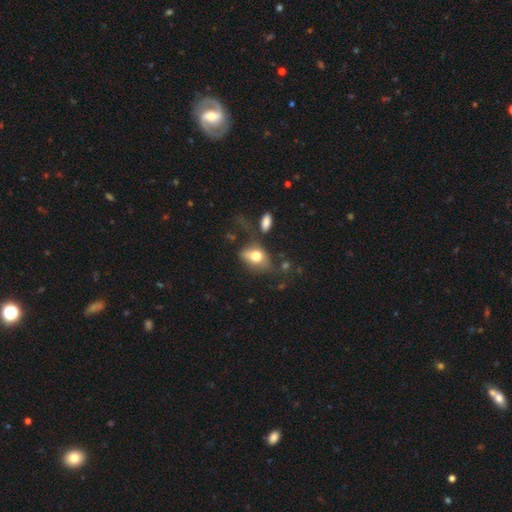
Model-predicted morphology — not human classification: smooth_or_featured: smooth (p=0.70) [alt: featured or disk p=0.21]
how_rounded: in between (p=0.78) [alt: round p=0.20]
merging: none (p=0.40) [alt: minor disturbance p=0.25]